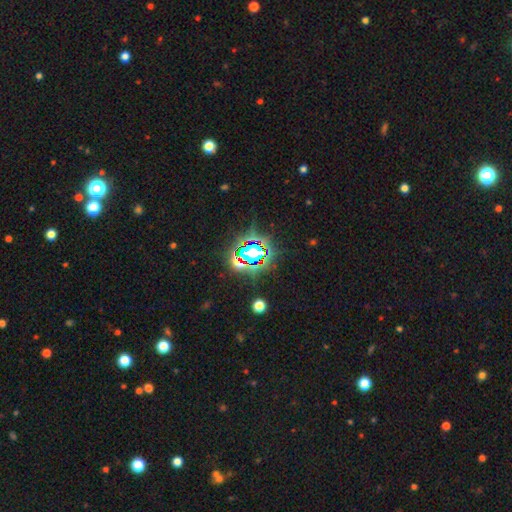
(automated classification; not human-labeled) Smooth or featured?
  - star or artifact: 70% *
  - smooth: 18%
  - featured or disk: 12%